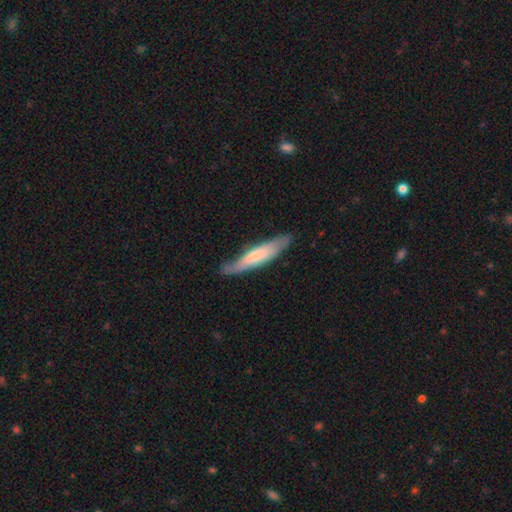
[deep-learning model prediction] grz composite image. It shows a smooth galaxy with no disk features (55%) that is cigar-shaped (85%). Merging: none (74%).